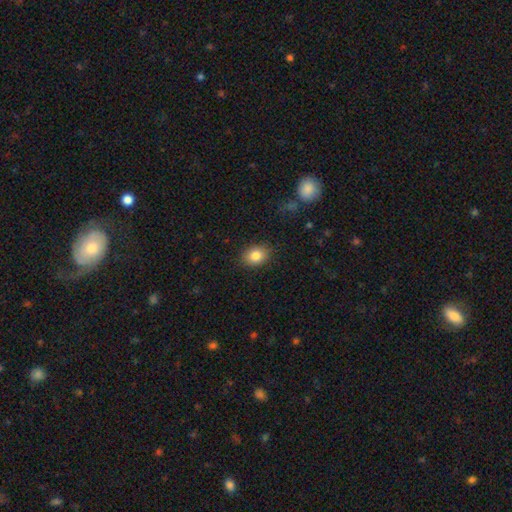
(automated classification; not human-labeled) This appears to be a smooth galaxy with no disk features (84%) that is in between round and cigar-shaped (59%). Merging: none (87%).